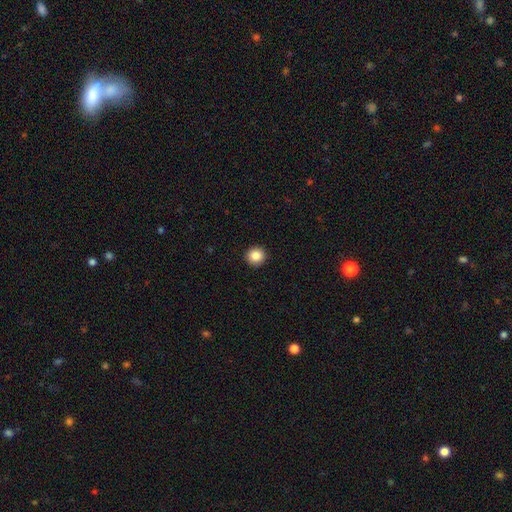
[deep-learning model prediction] Morphology: type=smooth (86%); roundness=round (95%); merging=none (93%).